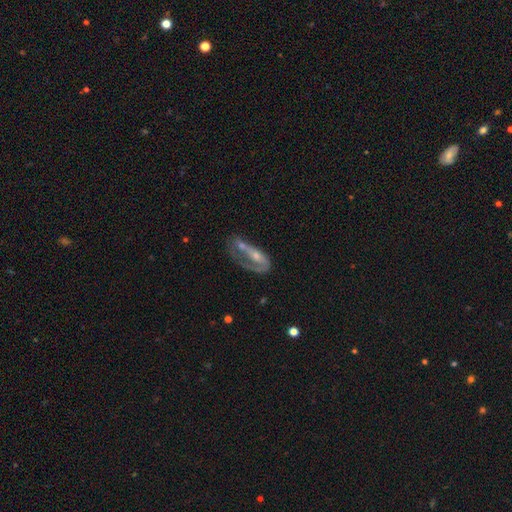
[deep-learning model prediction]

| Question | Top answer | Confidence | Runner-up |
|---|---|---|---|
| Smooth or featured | featured or disk | 67% | smooth (25%) |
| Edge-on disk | no | 86% | yes (14%) |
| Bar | no | 57% | weak (27%) |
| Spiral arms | yes | 61% | no (39%) |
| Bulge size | small | 49% | moderate (38%) |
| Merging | major disturbance | 35% | none (28%) |